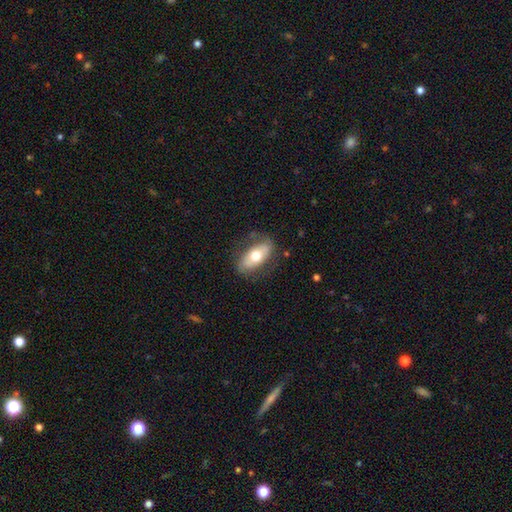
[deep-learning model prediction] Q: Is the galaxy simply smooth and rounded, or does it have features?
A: smooth — 58%.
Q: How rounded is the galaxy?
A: in between — 88%.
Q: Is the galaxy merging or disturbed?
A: none — 75%.